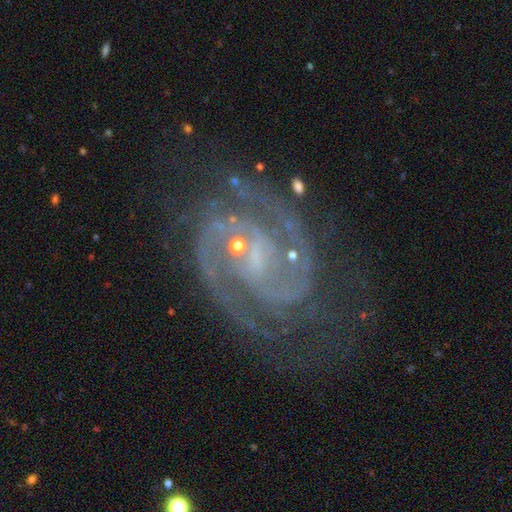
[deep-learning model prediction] This is clearly a featured or disk galaxy (92%). It is clearly not viewed edge-on (98%). Bar: possibly weak (46%). Spiral arm pattern: clearly yes (99%). Spiral arm count: clearly 2 (83%). Spiral winding: possibly tight (53%). Central bulge: likely small (71%). Merging: likely none (73%).